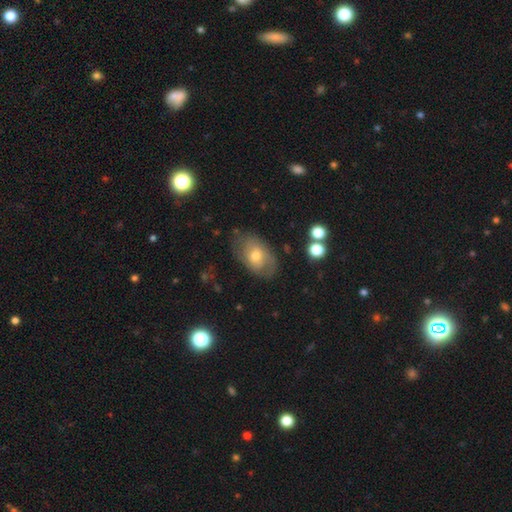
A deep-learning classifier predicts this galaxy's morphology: This is possibly a featured or disk galaxy (54%). It is clearly not viewed edge-on (93%). Bar: likely no (74%). Spiral arm pattern: likely yes (70%). Central bulge: likely moderate (62%). Merging: likely none (67%).